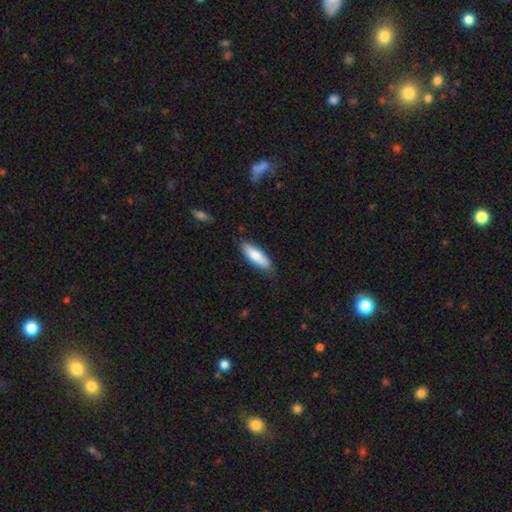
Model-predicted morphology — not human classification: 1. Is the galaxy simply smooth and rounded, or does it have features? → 77% smooth, 17% featured or disk, 6% star or artifact.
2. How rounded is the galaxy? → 52% in between, 47% cigar-shaped, 2% round.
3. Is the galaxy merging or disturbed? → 82% none, 14% minor disturbance, 2% major disturbance, 1% merger.